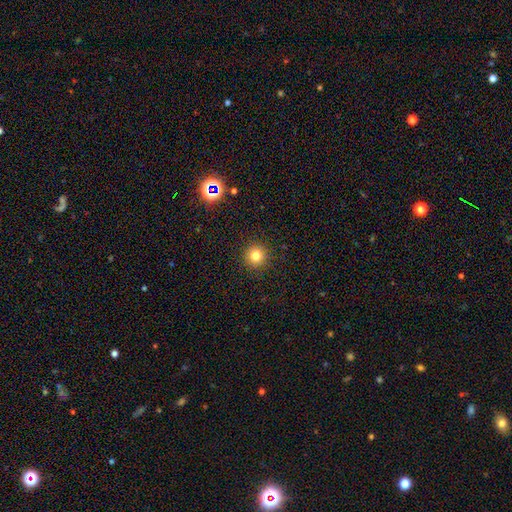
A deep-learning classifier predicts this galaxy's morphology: Smooth or featured: smooth — 81% (star or artifact — 14%)
How rounded: round — 95% (in between — 4%)
Merging: none — 92% (minor disturbance — 5%)